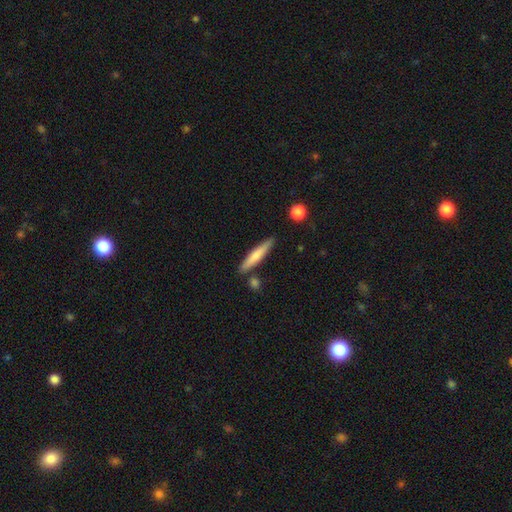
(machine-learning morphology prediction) Q: Smooth or featured?
A: smooth (65%); runner-up: featured or disk (29%)
Q: How rounded?
A: cigar-shaped (90%); runner-up: in between (8%)
Q: Merging?
A: none (83%); runner-up: minor disturbance (10%)